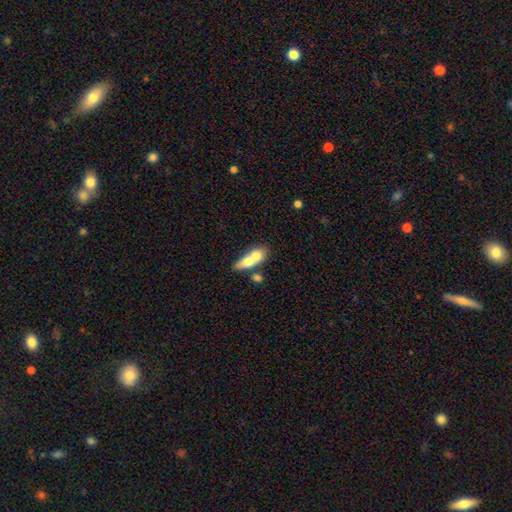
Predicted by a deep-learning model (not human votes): Smooth or featured?
  - smooth: 65% *
  - featured or disk: 28%
  - star or artifact: 7%
How rounded?
  - in between: 58% *
  - round: 21%
  - cigar-shaped: 21%
Merging?
  - merger: 66% *
  - none: 21%
  - minor disturbance: 8%
  - major disturbance: 5%